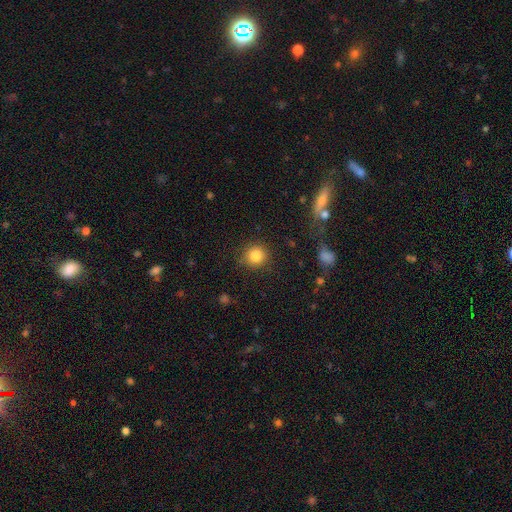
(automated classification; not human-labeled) Smooth or featured?
  - smooth: 84% *
  - star or artifact: 11%
  - featured or disk: 5%
How rounded?
  - round: 92% *
  - in between: 7%
  - cigar-shaped: 1%
Merging?
  - none: 89% *
  - minor disturbance: 7%
  - major disturbance: 3%
  - merger: 1%